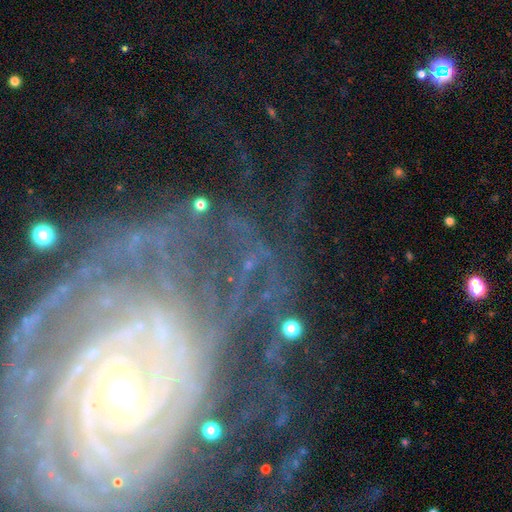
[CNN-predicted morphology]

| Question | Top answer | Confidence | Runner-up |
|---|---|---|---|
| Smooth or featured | featured or disk | 85% | star or artifact (9%) |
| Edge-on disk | no | 96% | yes (4%) |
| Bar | no | 46% | weak (32%) |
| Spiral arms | yes | 91% | no (9%) |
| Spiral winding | tight | 76% | medium (18%) |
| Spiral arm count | can't tell | 35% | more than 4 (18%) |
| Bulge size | moderate | 48% | small (43%) |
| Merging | none | 63% | major disturbance (17%) |